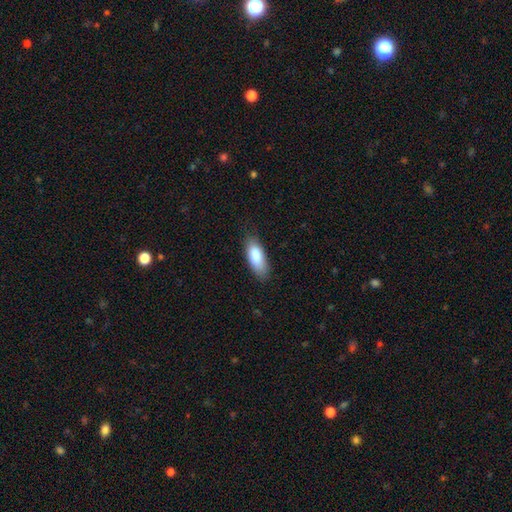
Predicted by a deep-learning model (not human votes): Overall: smooth (85%). How rounded: in between (78%). Merging: none (80%).